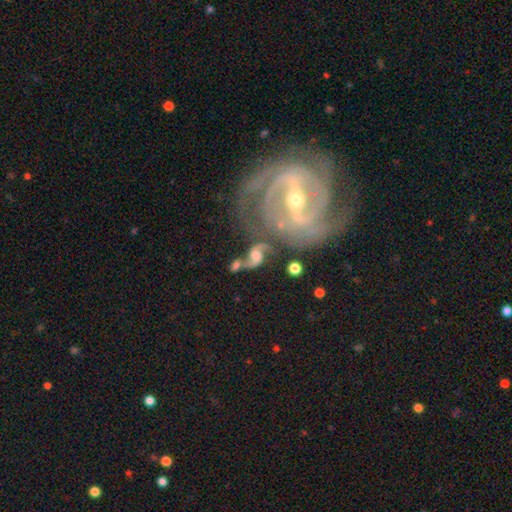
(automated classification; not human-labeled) Smooth or featured?
  - featured or disk: 76% *
  - smooth: 17%
  - star or artifact: 8%
Edge-on disk?
  - no: 96% *
  - yes: 4%
Bar?
  - no: 50% *
  - weak: 39%
  - strong: 12%
Spiral arms?
  - yes: 90% *
  - no: 10%
Spiral winding?
  - loose: 66% *
  - medium: 27%
  - tight: 7%
Spiral arm count?
  - 2: 88% *
  - 1: 5%
  - can't tell: 3%
  - 3: 1%
  - 4: 1%
  - more than 4: 1%
Bulge size?
  - moderate: 40% *
  - small: 24%
  - large: 19%
  - none: 14%
  - dominant: 3%
Merging?
  - none: 34% *
  - merger: 31%
  - major disturbance: 19%
  - minor disturbance: 16%